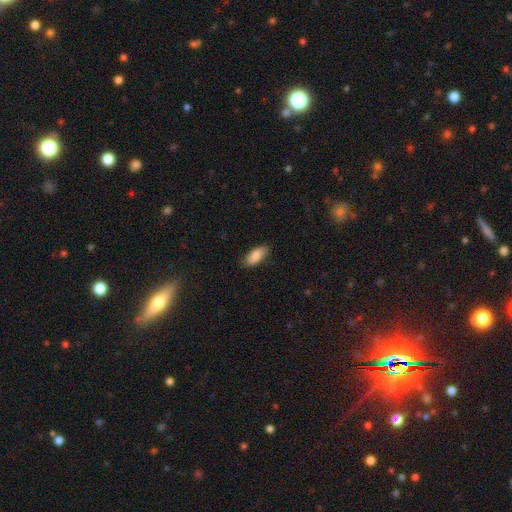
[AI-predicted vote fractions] The model was most divided on "merging": none: 81%, minor disturbance: 15%, major disturbance: 3%, merger: 1%. More confident: smooth or featured — smooth (86%); how rounded — in between (83%).